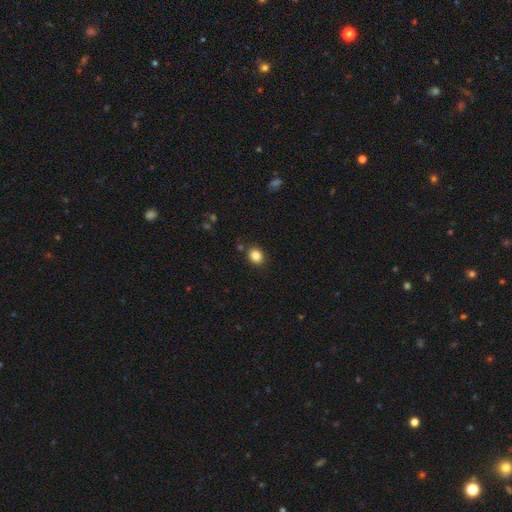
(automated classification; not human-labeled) Smooth or featured? Predicted: smooth (p=0.85). How rounded? Predicted: round (p=0.59). Merging? Predicted: none (p=0.86).